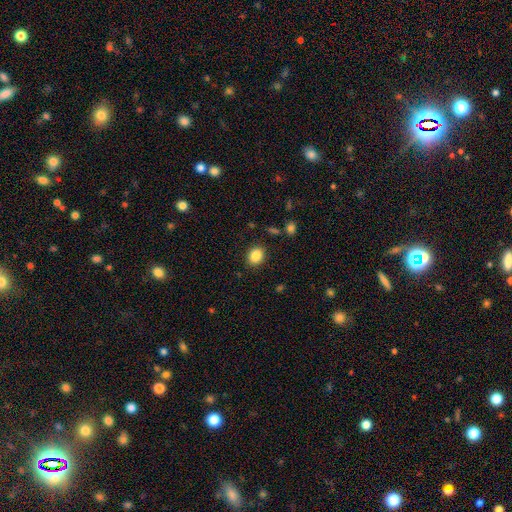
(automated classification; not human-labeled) Q: Smooth or featured?
A: smooth (86%); runner-up: star or artifact (9%)
Q: How rounded?
A: round (58%); runner-up: in between (41%)
Q: Merging?
A: none (88%); runner-up: minor disturbance (8%)